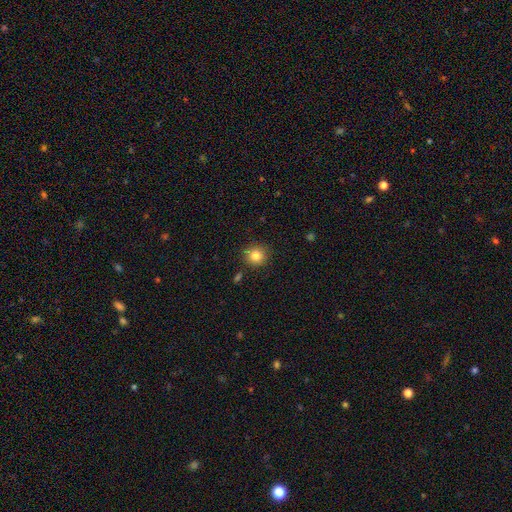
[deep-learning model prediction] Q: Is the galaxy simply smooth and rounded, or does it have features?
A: smooth — 82%.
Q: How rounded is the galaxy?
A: round — 91%.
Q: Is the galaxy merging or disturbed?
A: none — 84%.